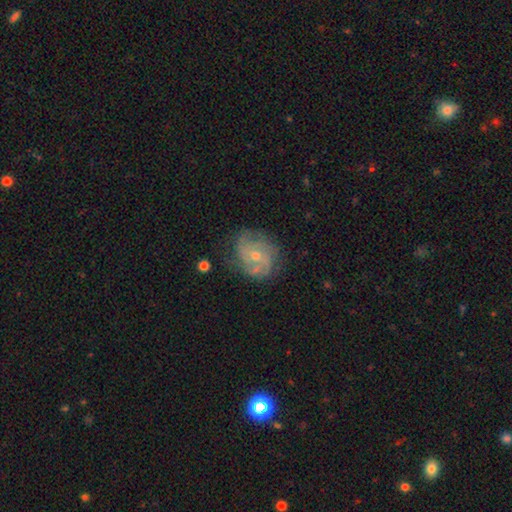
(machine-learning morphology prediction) A featured or disk galaxy (77%) with no bar (68%), tight (47%) spiral arms (90%) and a small central bulge (55%).

Vote fractions:
- Smooth or featured? featured or disk: 77% / smooth: 15% / star or artifact: 8%
- Edge-on disk? no: 98% / yes: 2%
- Bar? no: 68% / weak: 27% / strong: 5%
- Spiral arms? yes: 90% / no: 10%
- Spiral winding? tight: 47% / medium: 39% / loose: 14%
- Spiral arm count? can't tell: 29% / 2: 28% / 3: 25% / 4: 9% / 1: 5% / more than 4: 5%
- Bulge size? small: 55% / moderate: 42% / none: 1% / large: 1% / dominant: 1%
- Merging? none: 73% / minor disturbance: 19% / major disturbance: 7% / merger: 2%